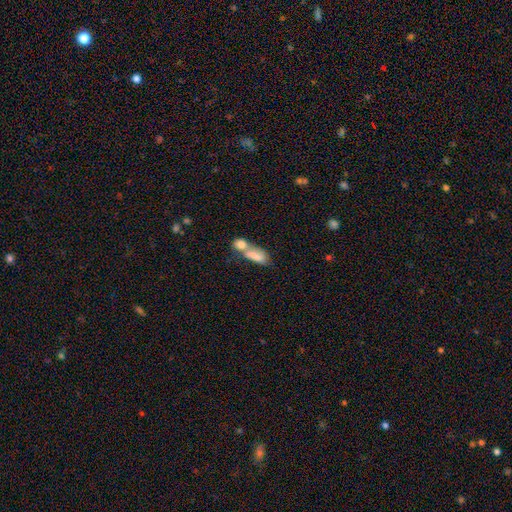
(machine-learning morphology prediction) A smooth galaxy with no disk features (74%) that is in between round and cigar-shaped (75%). Merging: merger (66%).